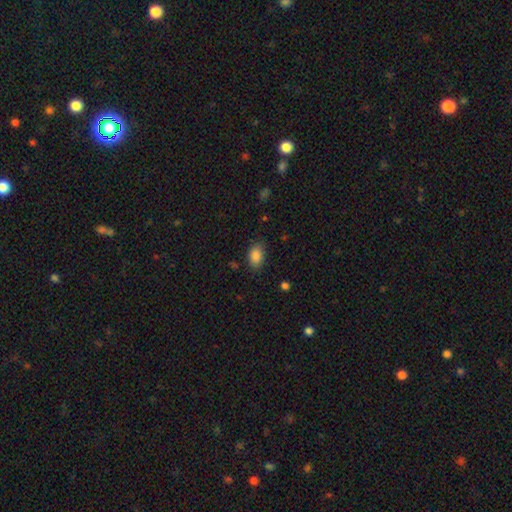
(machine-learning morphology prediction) smooth 87%, star or artifact 8%, featured or disk 5%. Down the decision tree: how rounded — in between (84%); merging — none (78%).